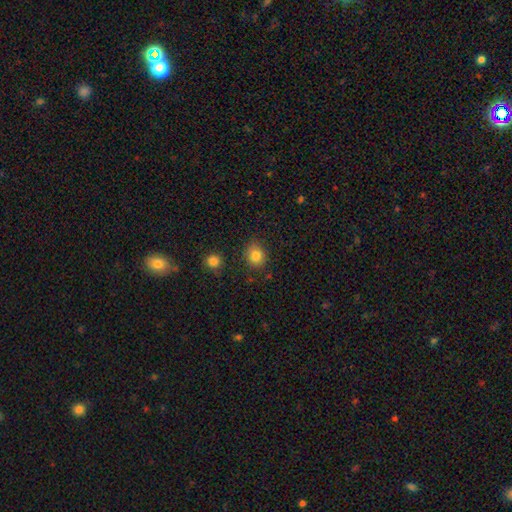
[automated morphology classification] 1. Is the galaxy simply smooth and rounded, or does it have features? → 83% smooth, 11% star or artifact, 6% featured or disk.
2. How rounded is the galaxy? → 77% round, 23% in between, 1% cigar-shaped.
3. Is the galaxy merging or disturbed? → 83% none, 11% minor disturbance, 3% major disturbance, 3% merger.